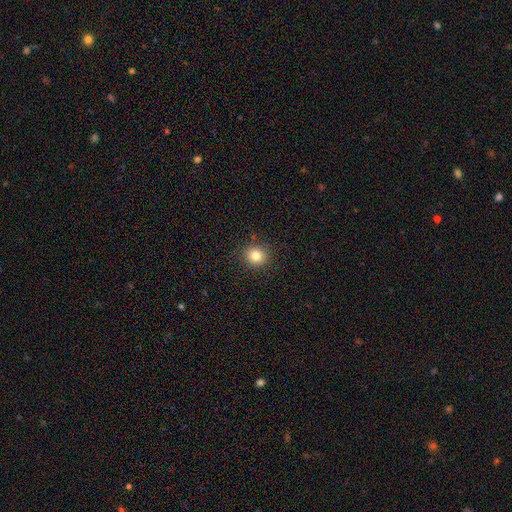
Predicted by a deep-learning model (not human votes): smooth_or_featured: smooth (p=0.82) [alt: star or artifact p=0.12]
how_rounded: round (p=0.87) [alt: in between p=0.12]
merging: none (p=0.89) [alt: minor disturbance p=0.07]